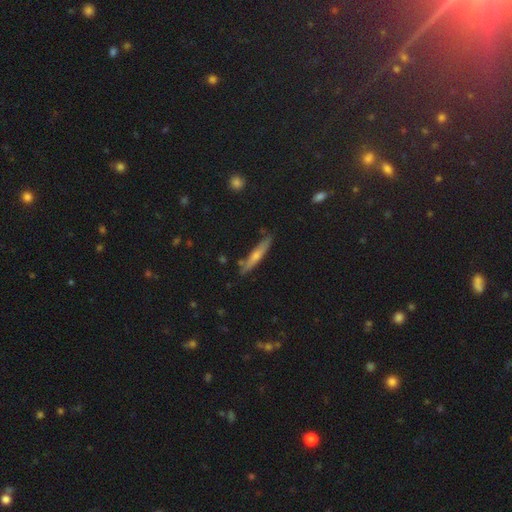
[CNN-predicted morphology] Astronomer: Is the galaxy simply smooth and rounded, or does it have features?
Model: featured or disk — 49% (runner-up: smooth, 43%).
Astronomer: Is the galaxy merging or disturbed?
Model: none — 83%.